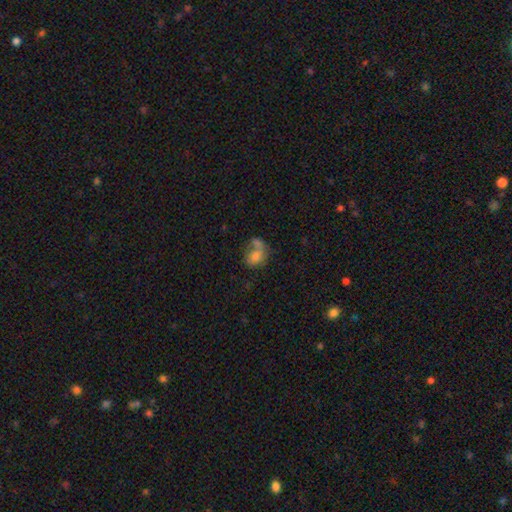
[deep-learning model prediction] A smooth galaxy with no disk features (69%) that is in between round and cigar-shaped (50%).

Vote fractions:
- Smooth or featured? smooth: 69% / featured or disk: 19% / star or artifact: 12%
- How rounded? in between: 50% / round: 49% / cigar-shaped: 1%
- Merging? merger: 49% / none: 30% / minor disturbance: 12% / major disturbance: 9%